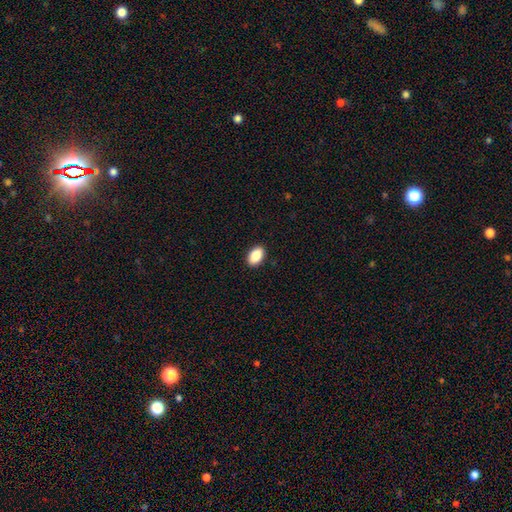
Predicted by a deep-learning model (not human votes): Smooth or featured? smooth (88%)
How rounded? in between (91%)
Merging? none (90%)